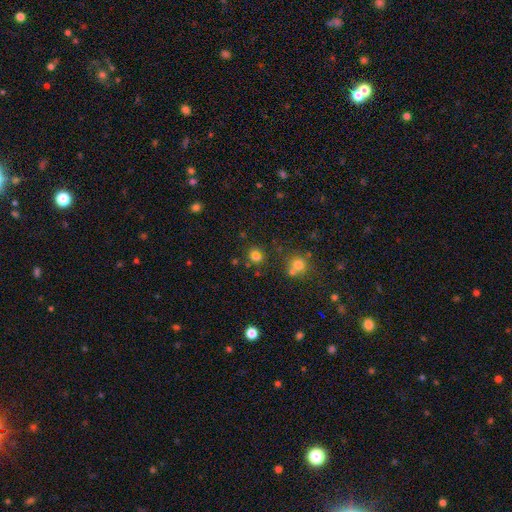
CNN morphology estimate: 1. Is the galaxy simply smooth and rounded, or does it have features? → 64% smooth, 25% star or artifact, 11% featured or disk.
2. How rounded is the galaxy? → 83% round, 16% in between, 1% cigar-shaped.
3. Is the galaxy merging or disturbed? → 64% none, 22% merger, 10% minor disturbance, 4% major disturbance.